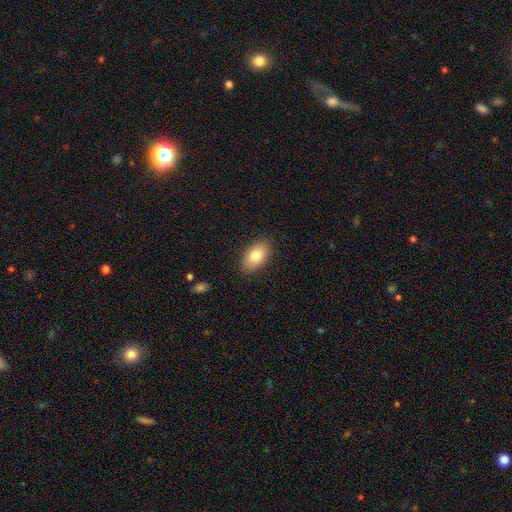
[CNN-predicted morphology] Smooth or featured? smooth (81%)
How rounded? in between (92%)
Merging? none (87%)